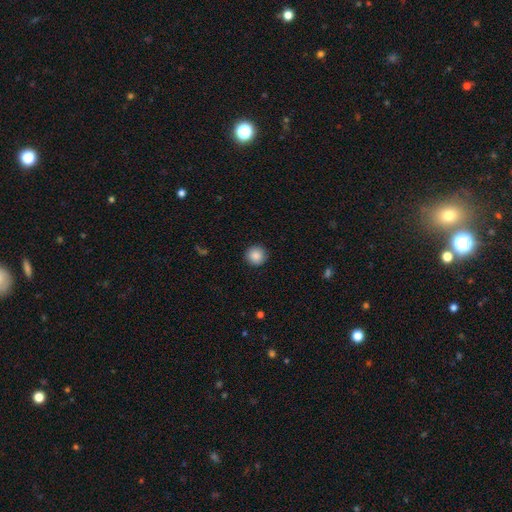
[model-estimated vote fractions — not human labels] smooth-or-featured: smooth: 88% | star or artifact: 9% | featured or disk: 3%
  how-rounded: round: 95% | in between: 4% | cigar-shaped: 1%
  merging: none: 91% | minor disturbance: 6% | major disturbance: 2% | merger: 1%